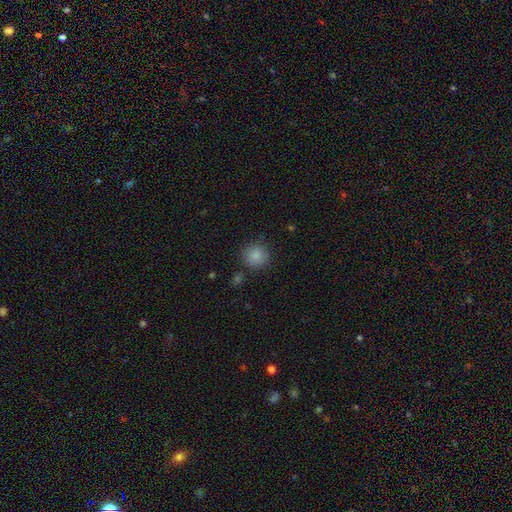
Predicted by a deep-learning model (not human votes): Overall: smooth (86%). How rounded: round (91%). Merging: none (83%).